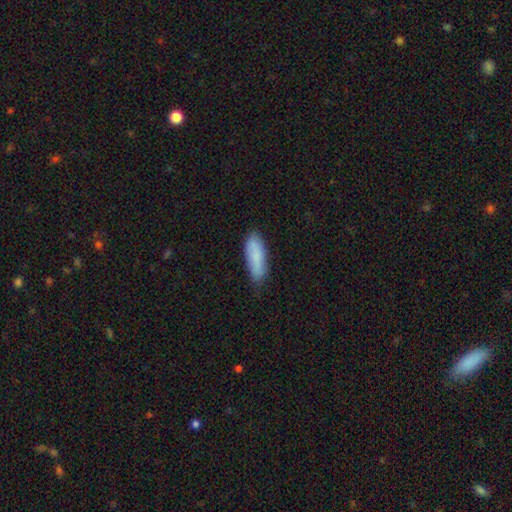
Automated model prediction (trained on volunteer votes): smooth_or_featured: smooth (p=0.85) [alt: featured or disk p=0.09]
how_rounded: in between (p=0.58) [alt: cigar-shaped p=0.40]
merging: none (p=0.72) [alt: minor disturbance p=0.22]